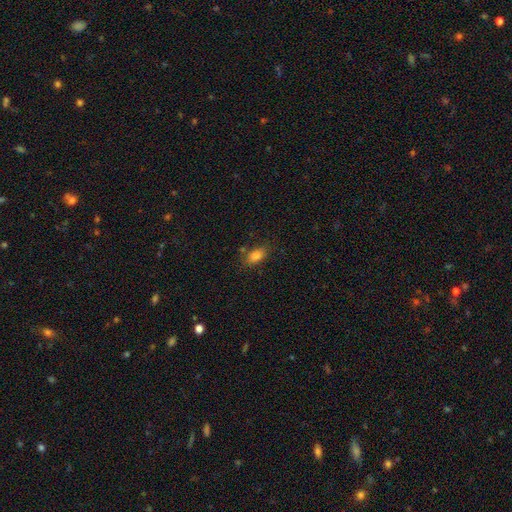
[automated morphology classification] A smooth galaxy with no disk features (83%) that is in between round and cigar-shaped (87%).

Vote fractions:
- Smooth or featured? smooth: 83% / star or artifact: 11% / featured or disk: 7%
- How rounded? in between: 87% / round: 9% / cigar-shaped: 4%
- Merging? none: 76% / minor disturbance: 15% / merger: 5% / major disturbance: 4%